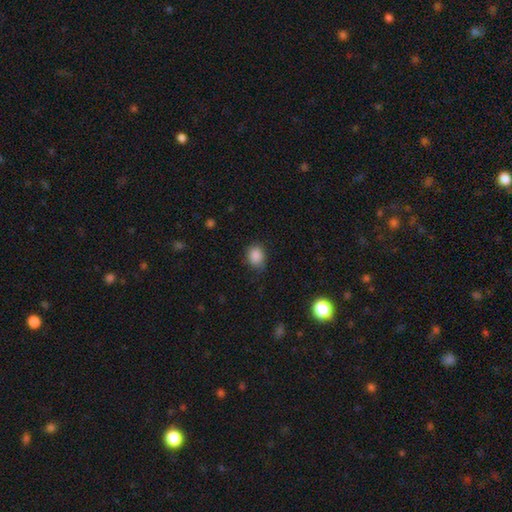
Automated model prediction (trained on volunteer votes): The model was most divided on "how rounded": round: 64%, in between: 36%, cigar-shaped: 1%. More confident: smooth or featured — smooth (87%); merging — none (75%).